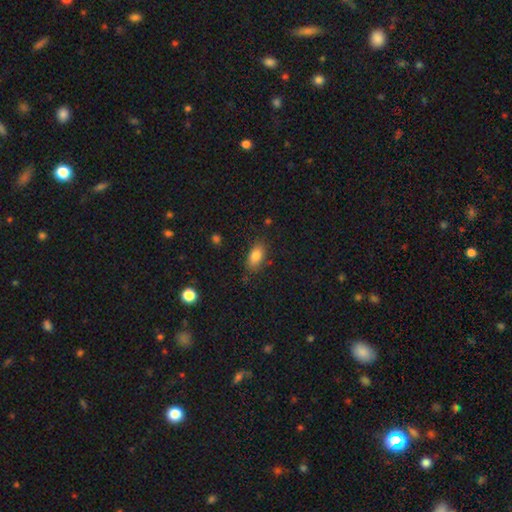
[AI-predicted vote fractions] smooth-or-featured: smooth: 83% | star or artifact: 9% | featured or disk: 8%
  how-rounded: in between: 89% | round: 6% | cigar-shaped: 5%
  merging: none: 80% | minor disturbance: 15% | major disturbance: 4% | merger: 2%